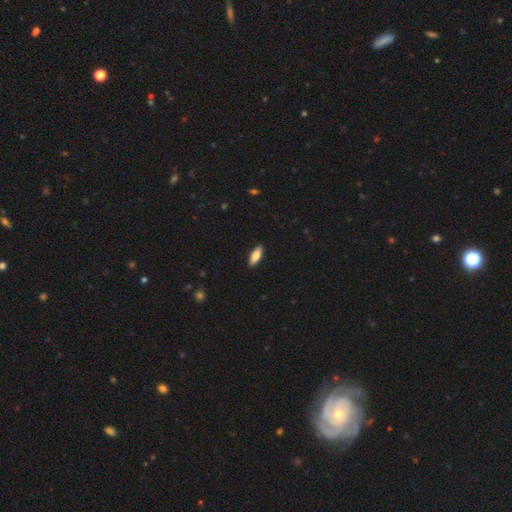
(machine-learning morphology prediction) Smooth or featured? smooth (75%)
How rounded? in between (70%)
Merging? none (91%)